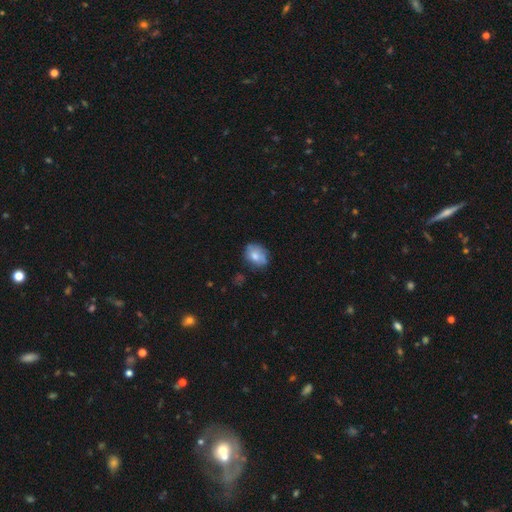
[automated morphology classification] This is likely a smooth galaxy (72%). How rounded: possibly in between (55%). Merging: likely none (64%).